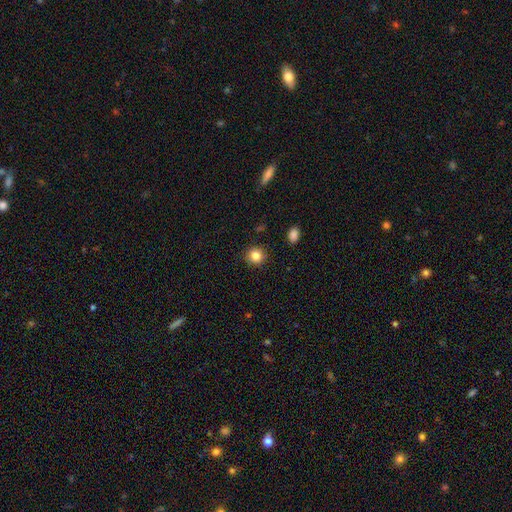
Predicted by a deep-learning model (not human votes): A smooth galaxy with no disk features (84%) that is round (90%).

Vote fractions:
- Smooth or featured? smooth: 84% / star or artifact: 11% / featured or disk: 5%
- How rounded? round: 90% / in between: 9% / cigar-shaped: 1%
- Merging? none: 91% / minor disturbance: 6% / major disturbance: 2% / merger: 1%